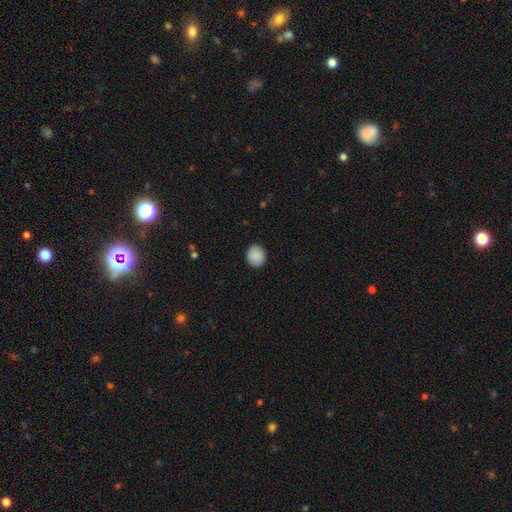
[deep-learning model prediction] Morphology: type=smooth (89%); roundness=round (80%); merging=none (90%).